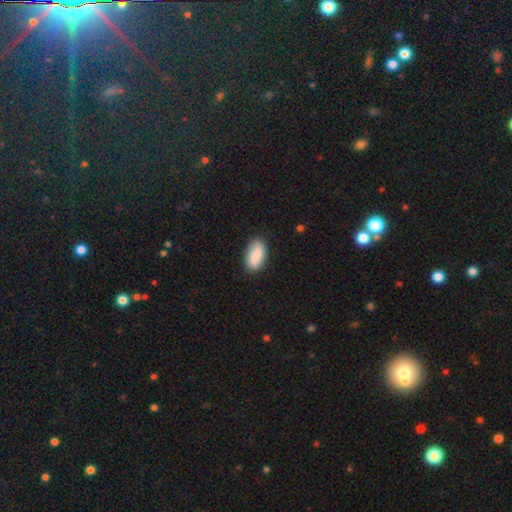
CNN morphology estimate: smooth-or-featured: smooth: 88% | star or artifact: 6% | featured or disk: 5%
  how-rounded: in between: 94% | cigar-shaped: 3% | round: 3%
  merging: none: 83% | minor disturbance: 13% | major disturbance: 2% | merger: 1%